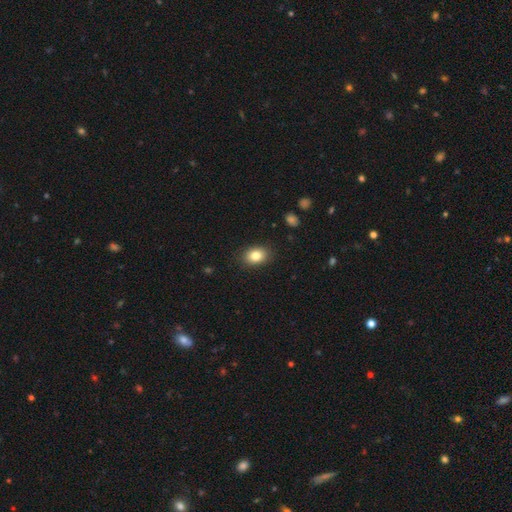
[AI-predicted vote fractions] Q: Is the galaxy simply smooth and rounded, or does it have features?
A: smooth — 84%.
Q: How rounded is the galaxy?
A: in between — 72%.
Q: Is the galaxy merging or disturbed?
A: none — 87%.